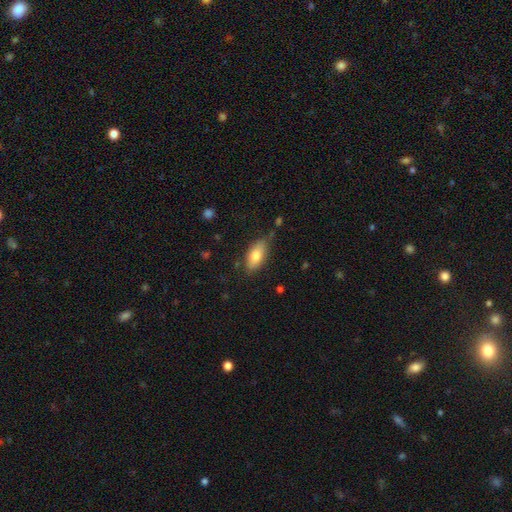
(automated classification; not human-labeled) This appears to be a smooth galaxy with no disk features (77%) that is in between round and cigar-shaped (86%). Merging: none (73%).